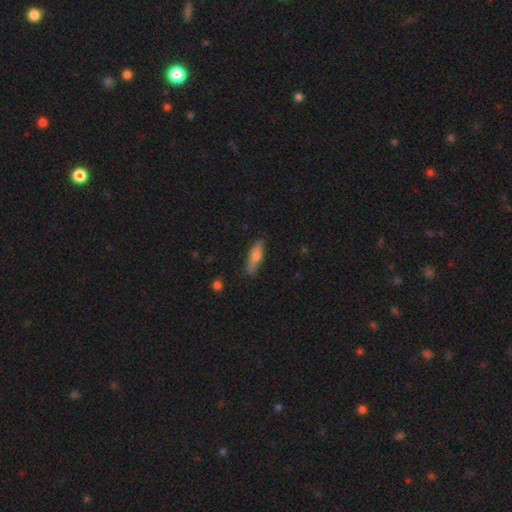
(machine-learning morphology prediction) The model was most divided on "how rounded": cigar-shaped: 61%, in between: 36%, round: 2%. More confident: merging — none (77%); smooth or featured — smooth (71%).